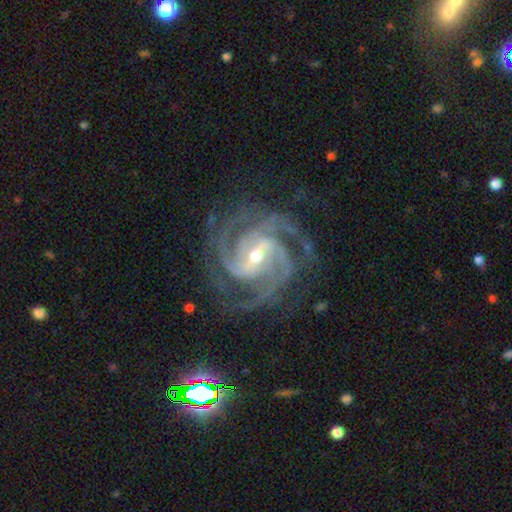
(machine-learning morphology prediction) Smooth or featured: featured or disk — 94% (star or artifact — 4%)
Edge-on disk: no — 98% (yes — 2%)
Bar: strong — 47% (weak — 40%)
Spiral arms: yes — 99% (no — 1%)
Spiral winding: tight — 59% (medium — 38%)
Spiral arm count: 3 — 41% (4 — 33%)
Bulge size: small — 51% (moderate — 46%)
Merging: none — 78% (minor disturbance — 15%)